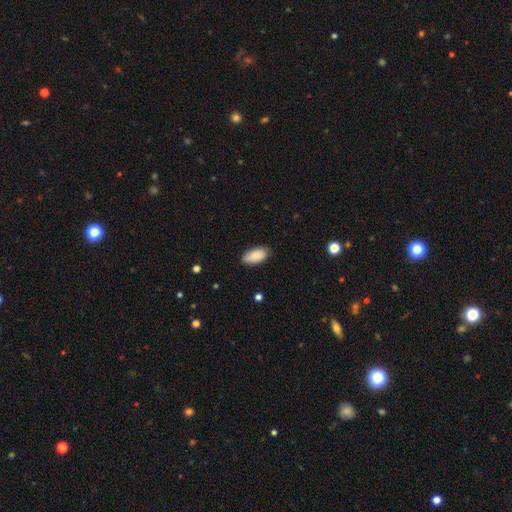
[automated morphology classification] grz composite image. It shows a smooth galaxy with no disk features (89%) that is in between round and cigar-shaped (92%). Merging: none (82%).